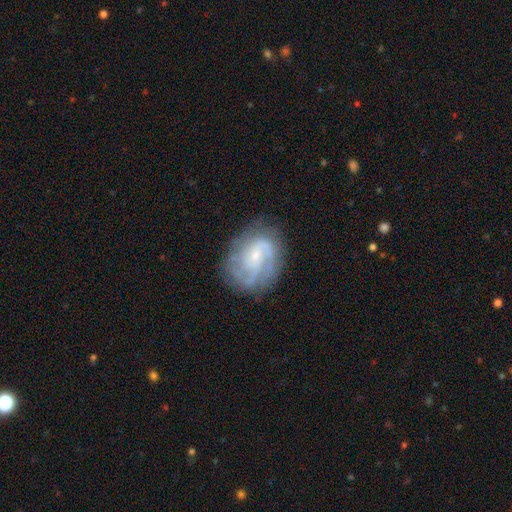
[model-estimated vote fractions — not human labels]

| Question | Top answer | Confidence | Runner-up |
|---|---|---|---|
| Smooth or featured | featured or disk | 81% | smooth (12%) |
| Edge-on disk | no | 98% | yes (2%) |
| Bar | no | 54% | weak (38%) |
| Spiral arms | yes | 94% | no (6%) |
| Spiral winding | tight | 45% | medium (40%) |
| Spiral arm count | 2 | 30% | can't tell (27%) |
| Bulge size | small | 74% | moderate (19%) |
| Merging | none | 72% | minor disturbance (18%) |